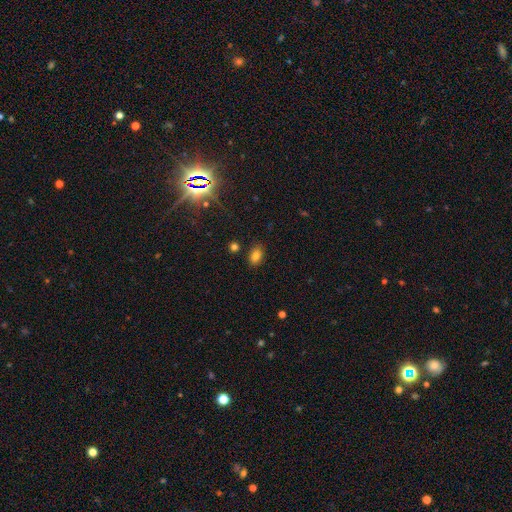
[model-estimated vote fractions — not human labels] Q: Smooth or featured?
A: smooth (78%); runner-up: star or artifact (14%)
Q: How rounded?
A: in between (83%); runner-up: round (16%)
Q: Merging?
A: none (84%); runner-up: minor disturbance (10%)